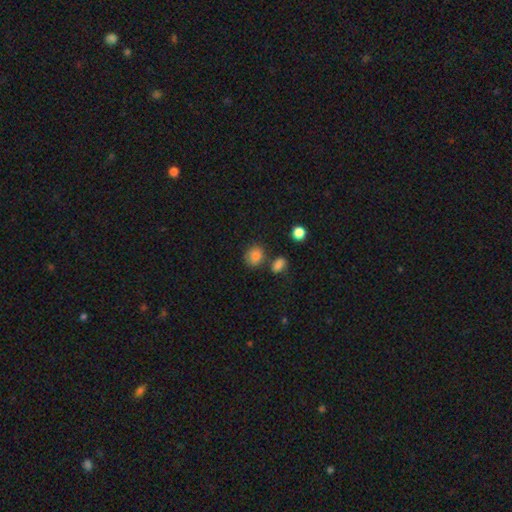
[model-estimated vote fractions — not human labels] Morphology: type=smooth (83%); roundness=round (66%); merging=none (67%).